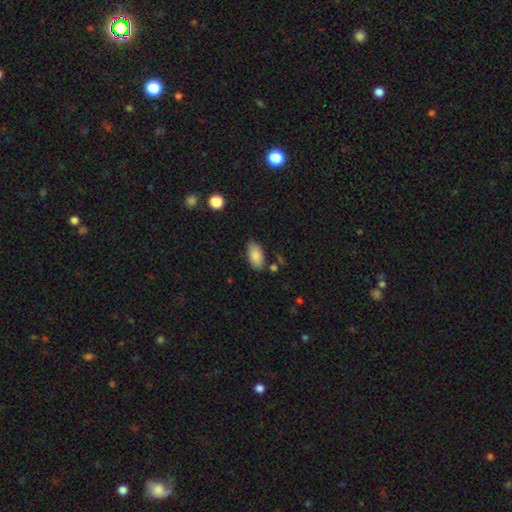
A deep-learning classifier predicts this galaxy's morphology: Smooth or featured?
  - smooth: 86% *
  - star or artifact: 7%
  - featured or disk: 7%
How rounded?
  - in between: 93% *
  - cigar-shaped: 4%
  - round: 3%
Merging?
  - none: 79% *
  - minor disturbance: 14%
  - merger: 4%
  - major disturbance: 3%